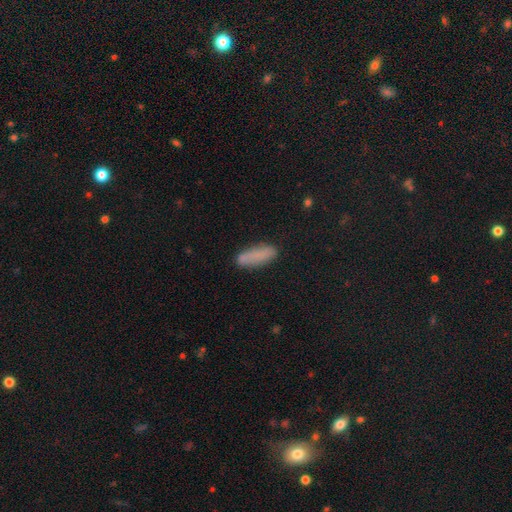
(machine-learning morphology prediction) smooth_or_featured: smooth (p=0.81) [alt: featured or disk p=0.11]
how_rounded: cigar-shaped (p=0.55) [alt: in between p=0.43]
merging: none (p=0.77) [alt: minor disturbance p=0.15]